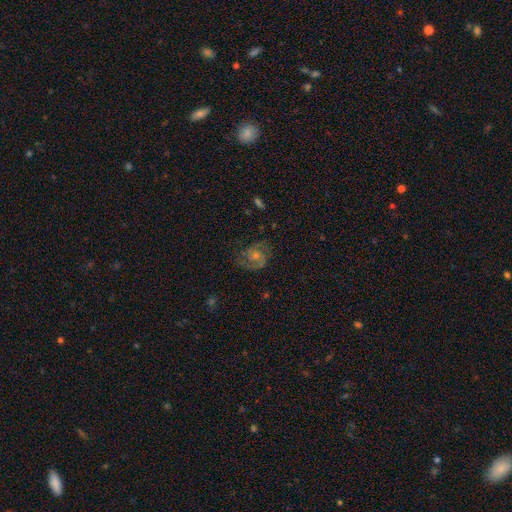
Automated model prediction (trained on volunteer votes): smooth-or-featured: featured or disk: 79% | star or artifact: 11% | smooth: 10%
  disk-edge-on: no: 98% | yes: 2%
    bar: no: 62% | weak: 32% | strong: 6%
    has-spiral-arms: yes: 96% | no: 4%
      spiral-winding: medium: 48% | tight: 41% | loose: 12%
      spiral-arm-count: 2: 80% | can't tell: 8% | 3: 5% | 1: 3% | 4: 2% | more than 4: 2%
    bulge-size: small: 47% | moderate: 46% | none: 3% | large: 3% | dominant: 1%
  merging: none: 77% | minor disturbance: 15% | major disturbance: 7% | merger: 1%